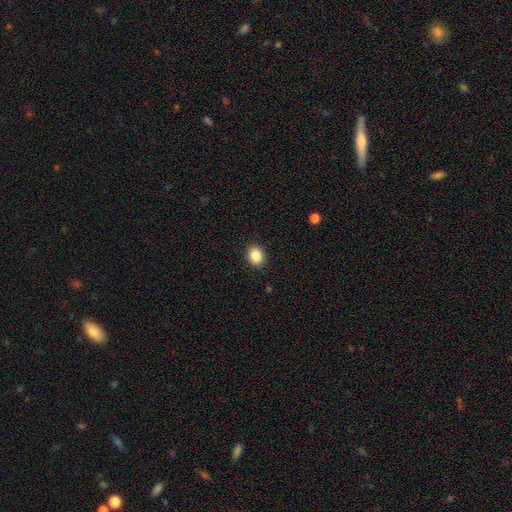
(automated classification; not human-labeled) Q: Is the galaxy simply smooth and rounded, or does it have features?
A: smooth — 87%.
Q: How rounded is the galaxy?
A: in between — 52%.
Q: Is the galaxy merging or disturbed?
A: none — 91%.